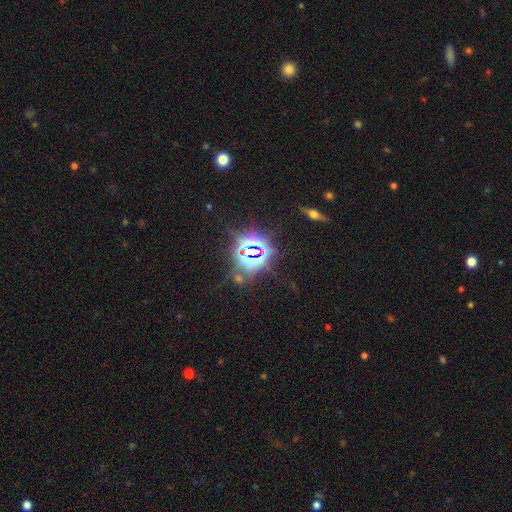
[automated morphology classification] Overall: star or artifact (82%).